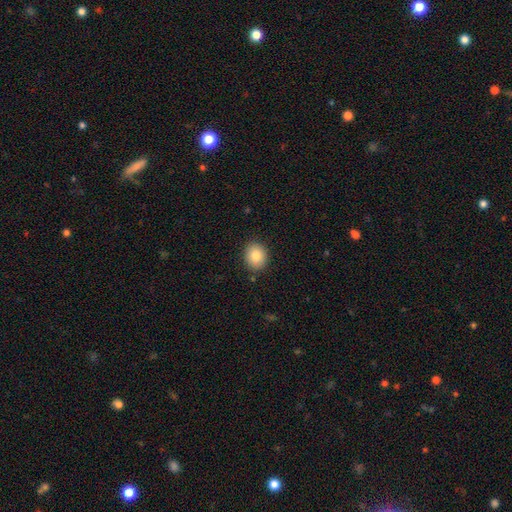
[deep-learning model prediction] Morphology: type=smooth (83%); roundness=round (59%); merging=none (88%).